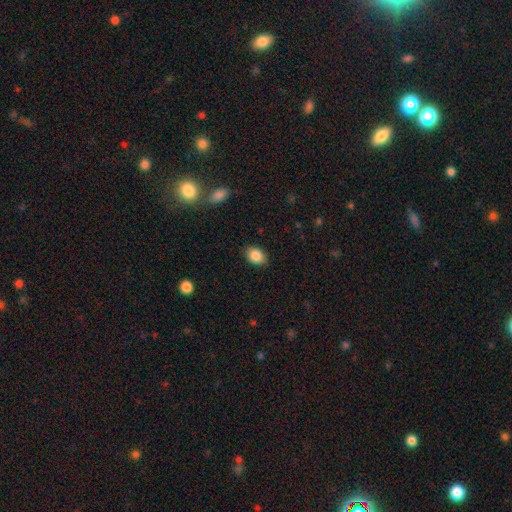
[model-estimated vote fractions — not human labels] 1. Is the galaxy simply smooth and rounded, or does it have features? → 87% smooth, 8% star or artifact, 5% featured or disk.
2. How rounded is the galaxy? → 70% in between, 29% round, 1% cigar-shaped.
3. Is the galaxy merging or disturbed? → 87% none, 10% minor disturbance, 2% major disturbance, 1% merger.